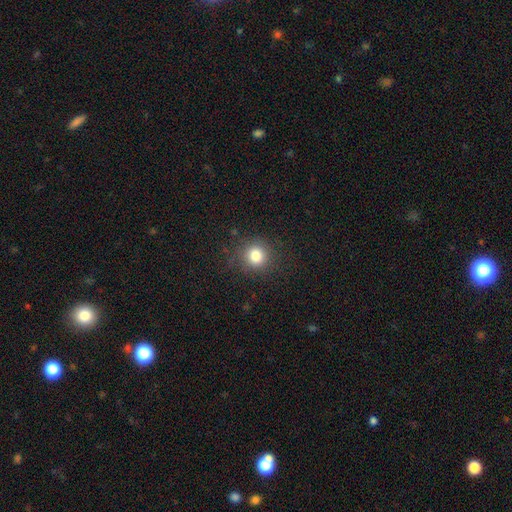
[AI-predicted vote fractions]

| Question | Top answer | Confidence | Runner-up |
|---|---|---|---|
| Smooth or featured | smooth | 81% | star or artifact (13%) |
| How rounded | round | 88% | in between (11%) |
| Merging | none | 86% | minor disturbance (9%) |